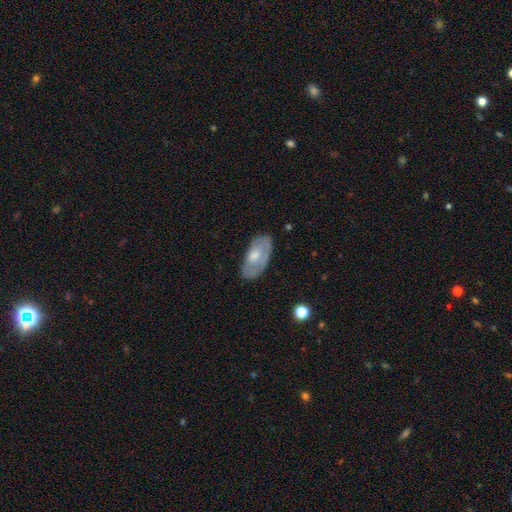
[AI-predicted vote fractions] A smooth galaxy with no disk features (51%) that is in between round and cigar-shaped (92%). Merging: none (69%).